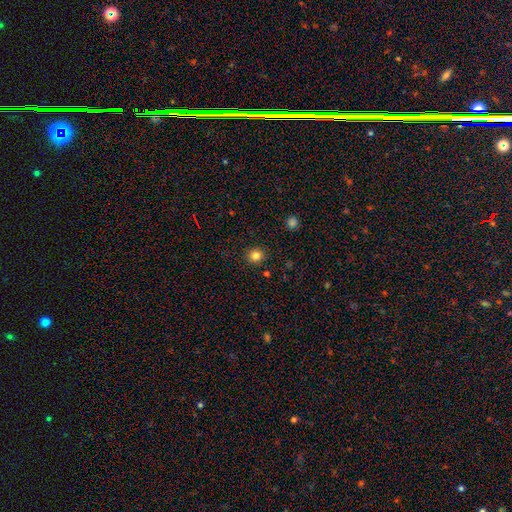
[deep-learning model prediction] This is clearly a smooth galaxy (82%). How rounded: clearly round (88%). Merging: clearly none (91%).